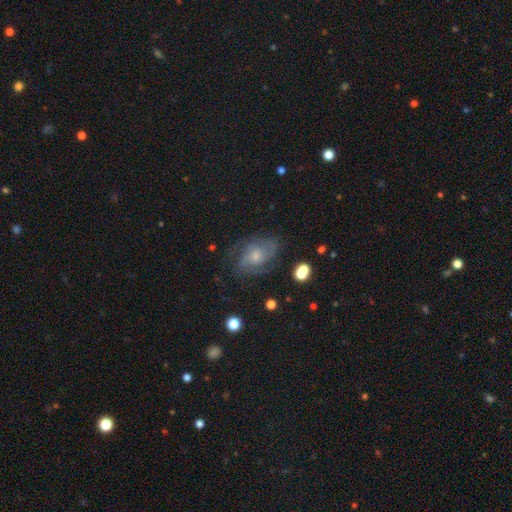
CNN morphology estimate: type=featured or disk (66%); edge-on=no (96%); bar=no (75%); spiral arms=yes (87%); winding=medium (43%); arm count=can't tell (35%); bulge=small (50%); merging=none (66%).